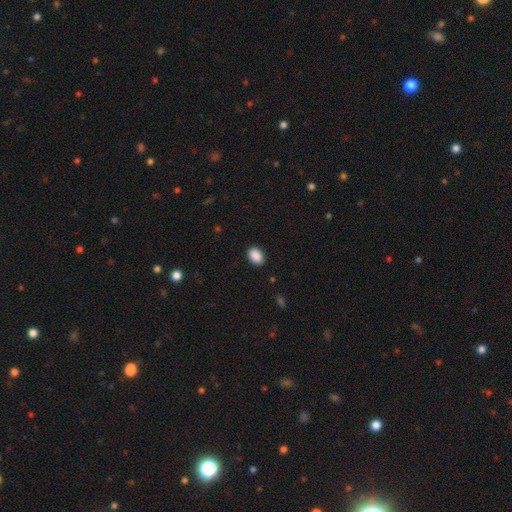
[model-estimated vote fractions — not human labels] Morphology: type=smooth (90%); roundness=in between (81%); merging=none (89%).